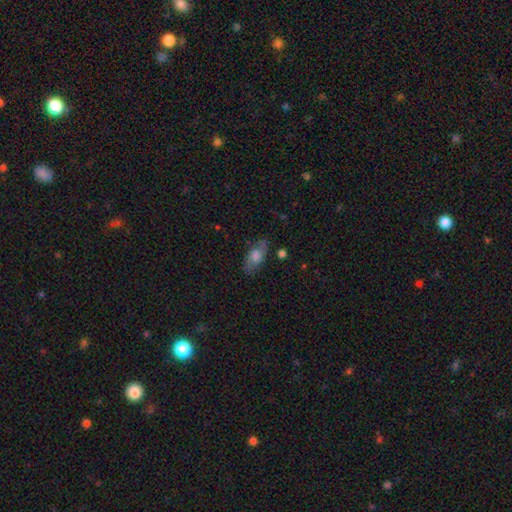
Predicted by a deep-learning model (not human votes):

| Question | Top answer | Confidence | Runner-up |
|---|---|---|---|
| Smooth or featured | smooth | 53% | featured or disk (37%) |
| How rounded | in between | 80% | cigar-shaped (13%) |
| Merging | none | 73% | minor disturbance (18%) |